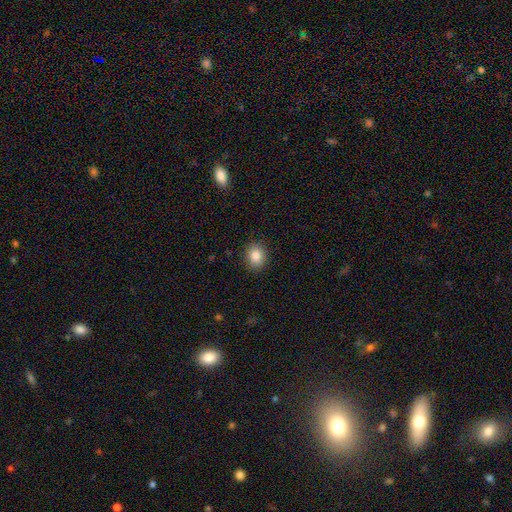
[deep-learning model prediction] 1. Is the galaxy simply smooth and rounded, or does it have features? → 86% smooth, 9% star or artifact, 5% featured or disk.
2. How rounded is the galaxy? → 53% round, 46% in between, 1% cigar-shaped.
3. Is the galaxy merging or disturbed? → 89% none, 8% minor disturbance, 2% major disturbance, 1% merger.